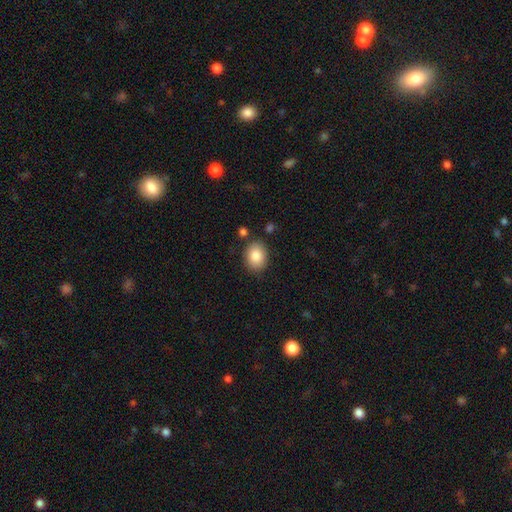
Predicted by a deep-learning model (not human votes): smooth 87%, star or artifact 7%, featured or disk 6%. Down the decision tree: how rounded — in between (66%); merging — none (83%).